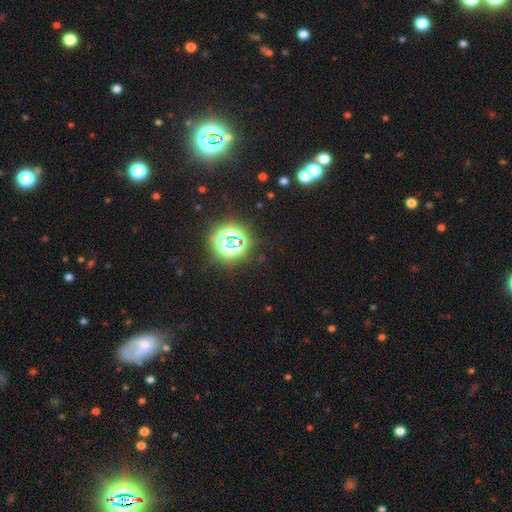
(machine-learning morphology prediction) Smooth or featured?
  - star or artifact: 79% *
  - smooth: 13%
  - featured or disk: 8%